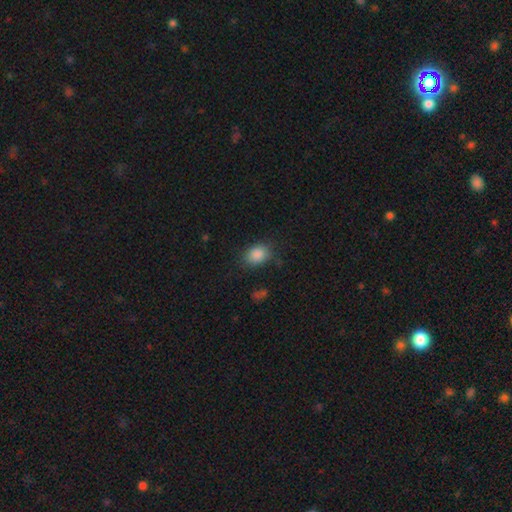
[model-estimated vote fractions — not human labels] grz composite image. It shows a smooth galaxy with no disk features (87%) that is in between round and cigar-shaped (63%). Merging: none (79%).